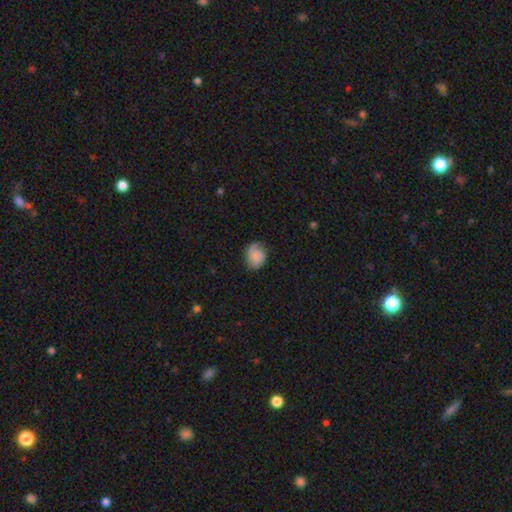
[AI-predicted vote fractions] Smooth or featured: smooth — 71% (featured or disk — 20%)
How rounded: round — 52% (in between — 47%)
Merging: none — 59% (minor disturbance — 29%)